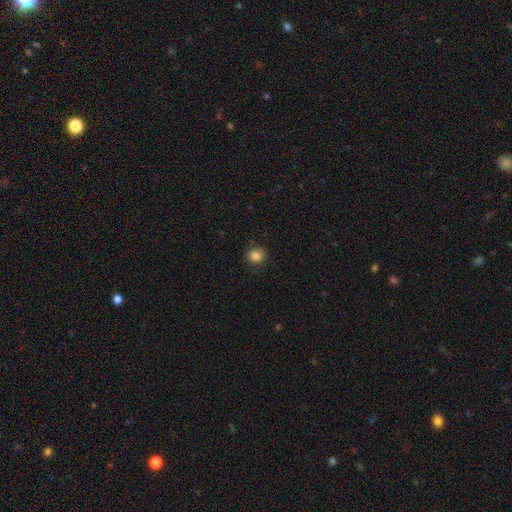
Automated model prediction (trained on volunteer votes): A smooth galaxy with no disk features (85%) that is round (85%). Merging: none (85%).